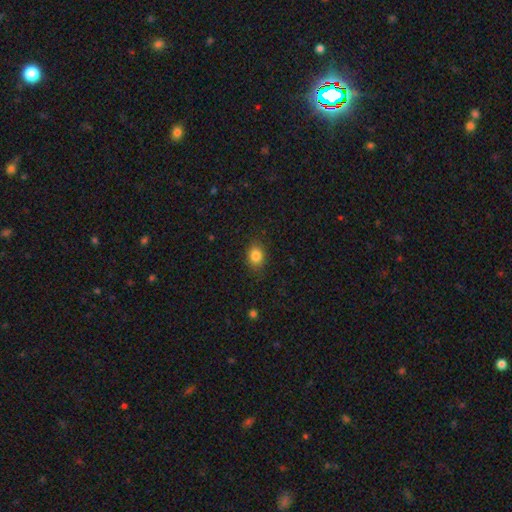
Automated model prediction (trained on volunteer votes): Smooth or featured? smooth (84%)
How rounded? in between (62%)
Merging? none (82%)